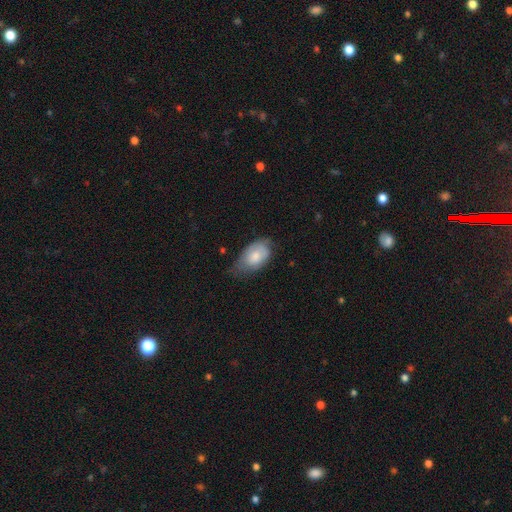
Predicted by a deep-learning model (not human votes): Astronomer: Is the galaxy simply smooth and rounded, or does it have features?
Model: smooth — 73%.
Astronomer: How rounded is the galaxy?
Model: in between — 92%.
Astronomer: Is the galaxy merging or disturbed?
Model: minor disturbance — 45% (runner-up: none, 39%).